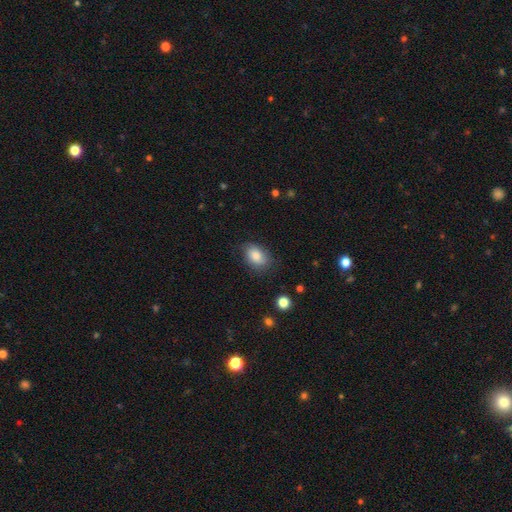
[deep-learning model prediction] smooth 80%, featured or disk 12%, star or artifact 8%. Down the decision tree: how rounded — in between (85%); merging — none (73%).